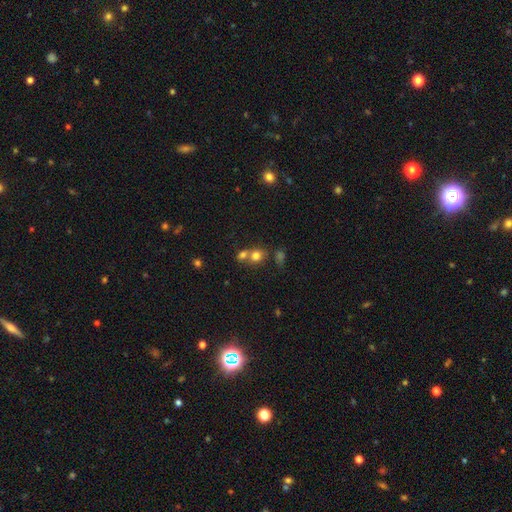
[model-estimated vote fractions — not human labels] Smooth or featured?
  - smooth: 74% *
  - star or artifact: 14%
  - featured or disk: 12%
How rounded?
  - round: 69% *
  - in between: 29%
  - cigar-shaped: 1%
Merging?
  - merger: 53% *
  - none: 36%
  - minor disturbance: 7%
  - major disturbance: 4%